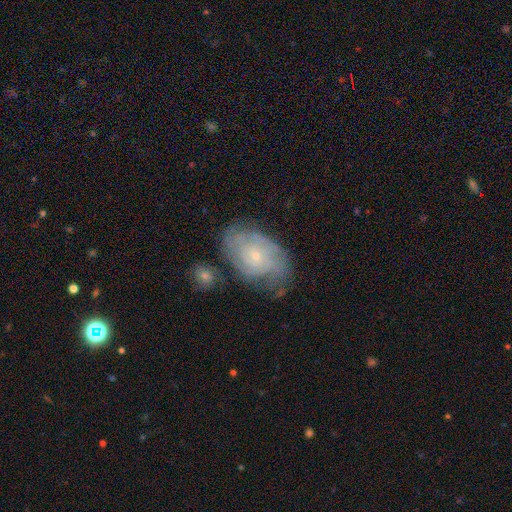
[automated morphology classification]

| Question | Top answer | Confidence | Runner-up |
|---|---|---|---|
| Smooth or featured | featured or disk | 73% | smooth (20%) |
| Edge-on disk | no | 96% | yes (4%) |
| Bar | no | 74% | weak (23%) |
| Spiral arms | yes | 87% | no (13%) |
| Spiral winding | tight | 67% | medium (25%) |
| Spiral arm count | can't tell | 53% | 2 (15%) |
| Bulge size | small | 78% | moderate (18%) |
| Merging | none | 63% | minor disturbance (23%) |